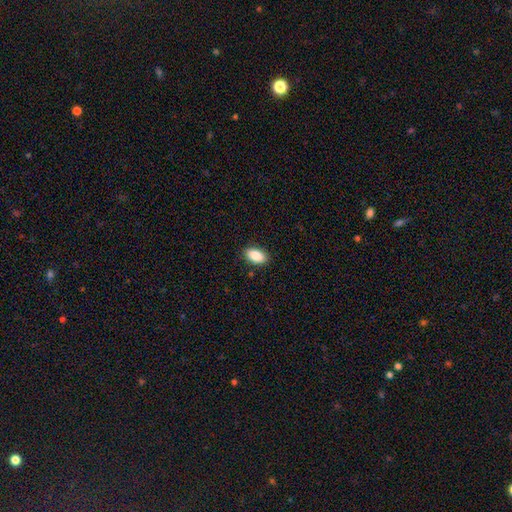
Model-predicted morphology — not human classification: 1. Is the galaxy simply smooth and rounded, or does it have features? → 88% smooth, 7% star or artifact, 5% featured or disk.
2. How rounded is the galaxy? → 93% in between, 5% round, 2% cigar-shaped.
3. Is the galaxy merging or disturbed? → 88% none, 9% minor disturbance, 2% major disturbance, 1% merger.